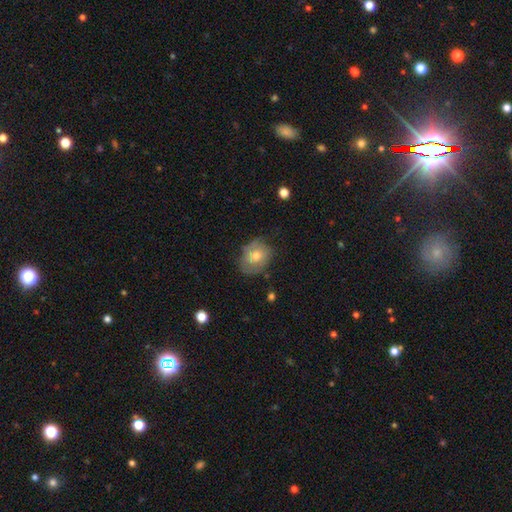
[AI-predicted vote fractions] A smooth galaxy with no disk features (47%). Merging: none (66%).